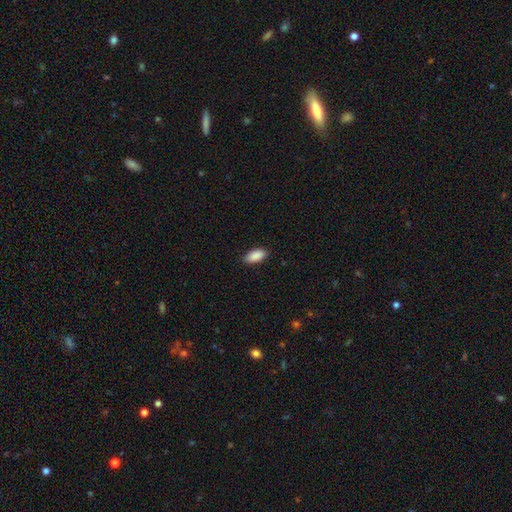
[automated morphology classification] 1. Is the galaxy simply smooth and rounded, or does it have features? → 90% smooth, 6% star or artifact, 3% featured or disk.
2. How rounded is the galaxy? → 91% in between, 7% cigar-shaped, 2% round.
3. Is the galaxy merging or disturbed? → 87% none, 10% minor disturbance, 2% major disturbance, 1% merger.